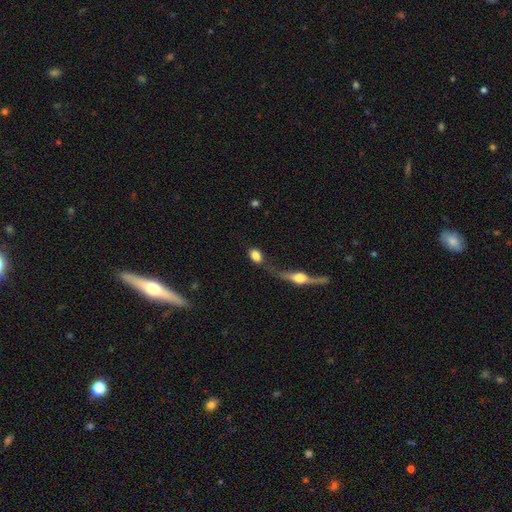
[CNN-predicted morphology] This is likely a smooth galaxy (77%). How rounded: likely in between (80%). Merging: possibly none (51%).